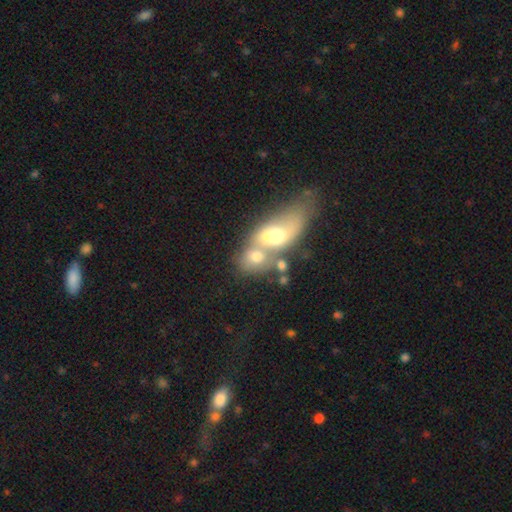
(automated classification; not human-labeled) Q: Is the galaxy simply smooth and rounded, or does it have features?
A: smooth — 53%.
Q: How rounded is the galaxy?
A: in between — 63%.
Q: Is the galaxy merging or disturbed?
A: merger — 74%.